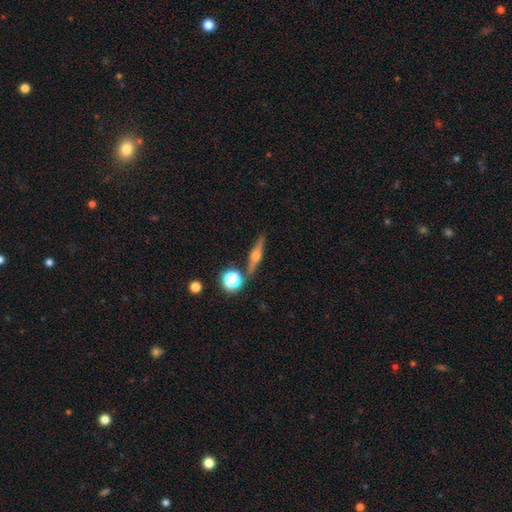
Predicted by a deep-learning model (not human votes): A featured or disk galaxy (67%) viewed edge-on (96%) with a rounded central bulge (94%). Merging: none (86%).